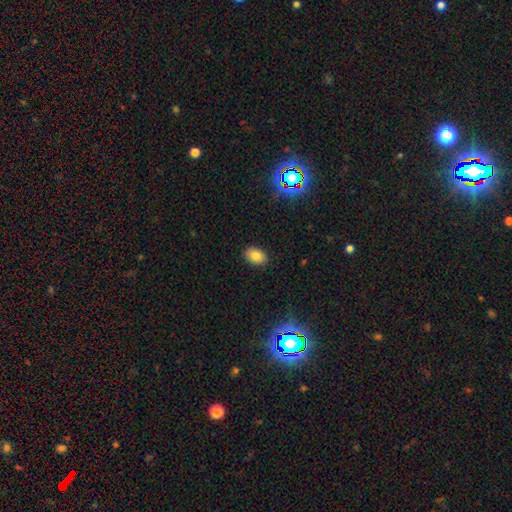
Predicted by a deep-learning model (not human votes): Q: Smooth or featured?
A: smooth (81%); runner-up: star or artifact (11%)
Q: How rounded?
A: in between (81%); runner-up: round (18%)
Q: Merging?
A: none (88%); runner-up: minor disturbance (9%)